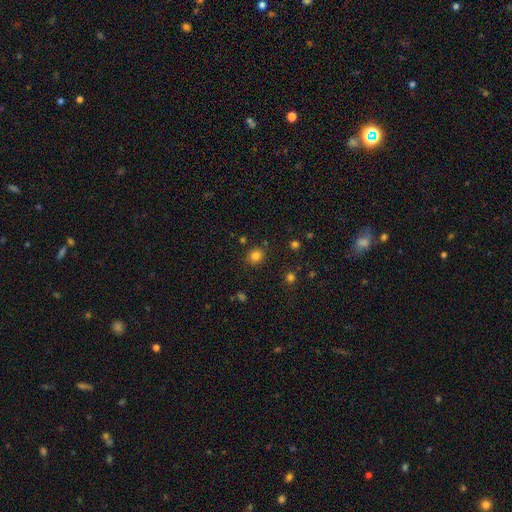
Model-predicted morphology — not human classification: A smooth galaxy with no disk features (81%) that is round (78%). Merging: none (83%).